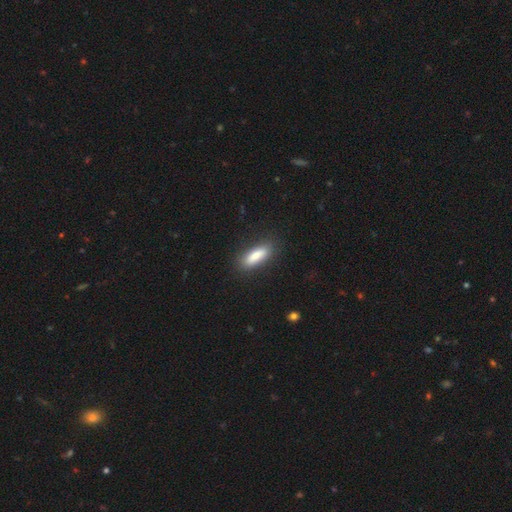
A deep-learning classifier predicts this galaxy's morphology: Smooth or featured? Predicted: smooth (p=0.80). How rounded? Predicted: in between (p=0.54). Merging? Predicted: none (p=0.85).